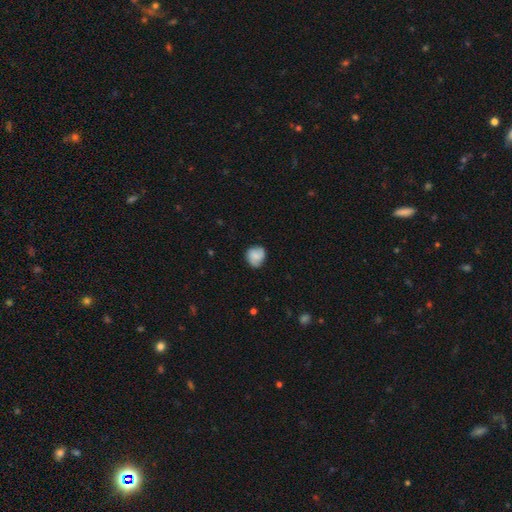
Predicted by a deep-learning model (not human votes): This is likely a smooth galaxy (67%). How rounded: likely round (78%). Merging: likely none (71%).